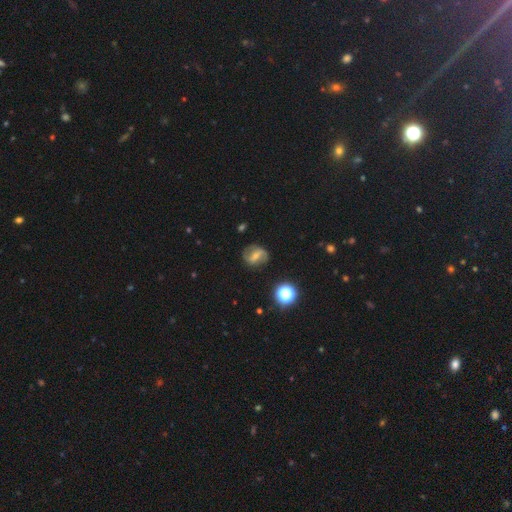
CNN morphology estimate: Smooth or featured? featured or disk (67%)
Edge-on disk? no (96%)
Bar? strong (43%)
Spiral arms? yes (85%)
Spiral winding? medium (41%)
Spiral arm count? 2 (85%)
Bulge size? small (50%)
Merging? none (77%)